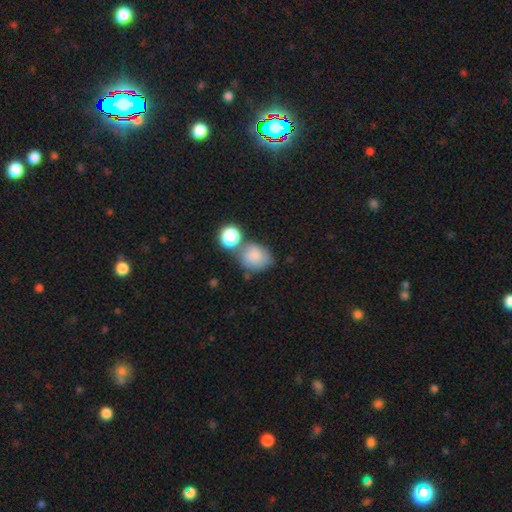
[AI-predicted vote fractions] smooth 76%, featured or disk 13%, star or artifact 11%. Down the decision tree: how rounded — round (58%); merging — none (48%).